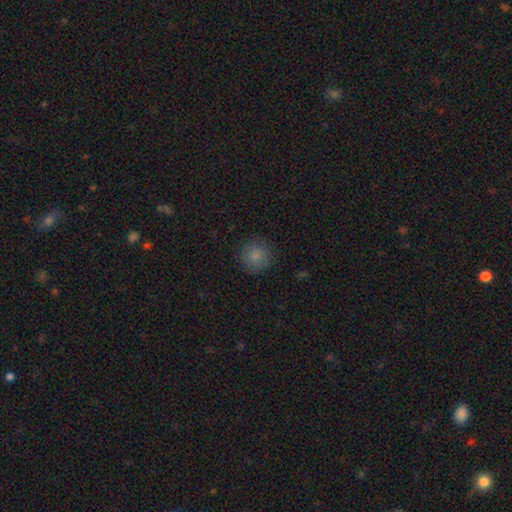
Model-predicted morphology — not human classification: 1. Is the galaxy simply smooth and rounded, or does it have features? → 84% smooth, 11% star or artifact, 5% featured or disk.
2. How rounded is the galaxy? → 93% round, 6% in between, 1% cigar-shaped.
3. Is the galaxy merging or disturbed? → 86% none, 10% minor disturbance, 3% major disturbance, 1% merger.